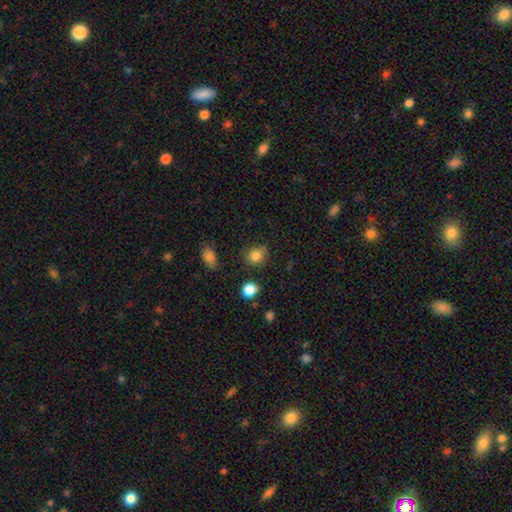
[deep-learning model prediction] A smooth galaxy with no disk features (83%) that is round (82%). Merging: none (80%).